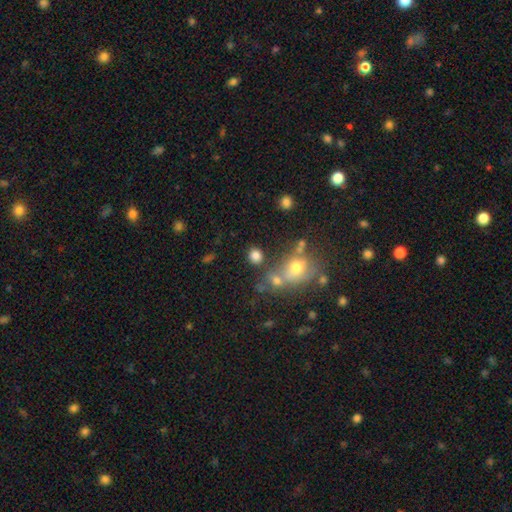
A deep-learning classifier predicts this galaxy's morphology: This is likely a smooth galaxy (80%). How rounded: likely round (73%). Merging: likely none (73%).